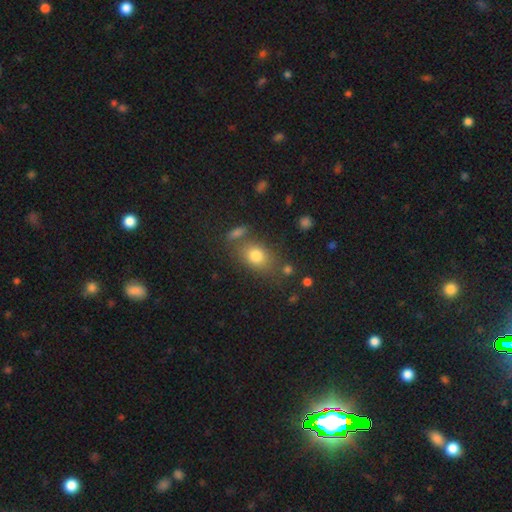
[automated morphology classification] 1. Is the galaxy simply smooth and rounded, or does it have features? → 77% smooth, 12% star or artifact, 11% featured or disk.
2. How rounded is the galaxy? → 66% in between, 32% round, 2% cigar-shaped.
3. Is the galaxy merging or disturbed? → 67% none, 15% minor disturbance, 12% merger, 6% major disturbance.